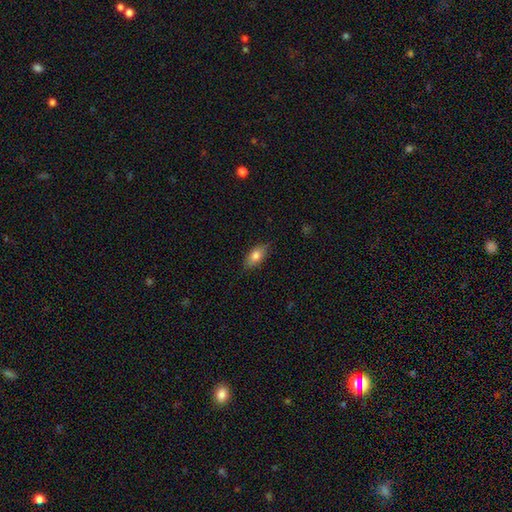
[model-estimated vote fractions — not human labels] The model was most divided on "smooth or featured": smooth: 78%, featured or disk: 14%, star or artifact: 7%. More confident: how rounded — in between (88%); merging — none (83%).